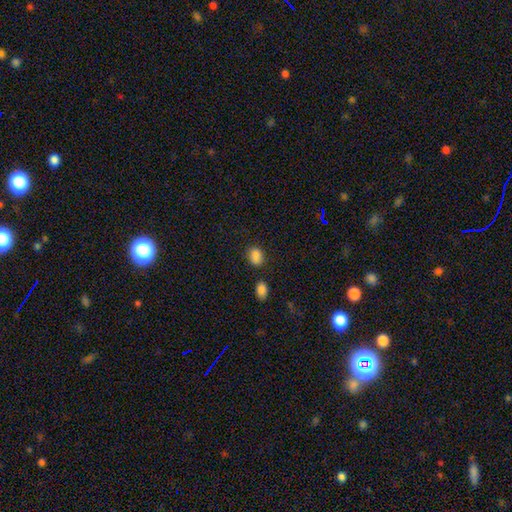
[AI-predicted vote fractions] Smooth or featured? Predicted: smooth (p=0.85). How rounded? Predicted: in between (p=0.71). Merging? Predicted: none (p=0.68).